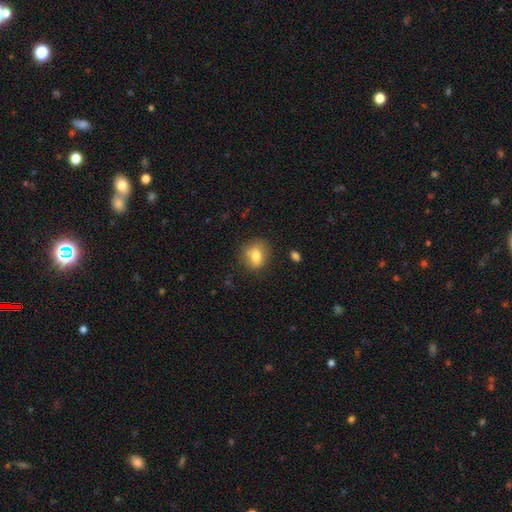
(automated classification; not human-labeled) This is likely a smooth galaxy (76%). How rounded: possibly round (53%). Merging: likely none (75%).